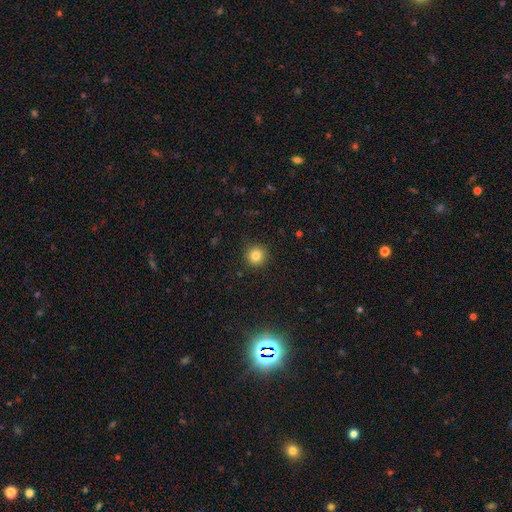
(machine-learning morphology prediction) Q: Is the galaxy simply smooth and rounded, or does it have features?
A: smooth — 82%.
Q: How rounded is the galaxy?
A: round — 95%.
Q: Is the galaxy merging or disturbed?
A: none — 92%.